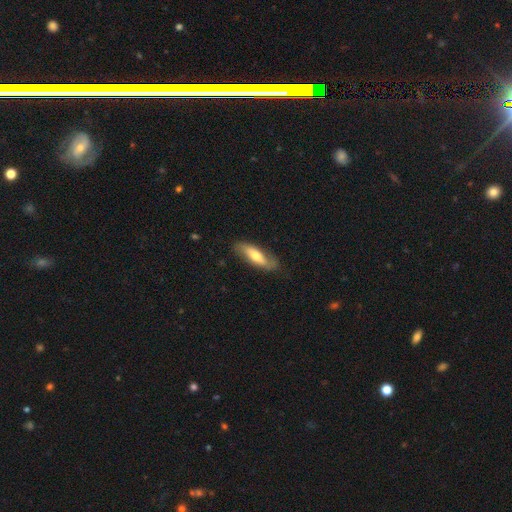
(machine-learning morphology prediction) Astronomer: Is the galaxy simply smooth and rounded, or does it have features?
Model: smooth — 53% (runner-up: featured or disk, 41%).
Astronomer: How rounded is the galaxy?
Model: in between — 54% (runner-up: cigar-shaped, 43%).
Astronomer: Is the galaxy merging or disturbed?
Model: none — 75%.